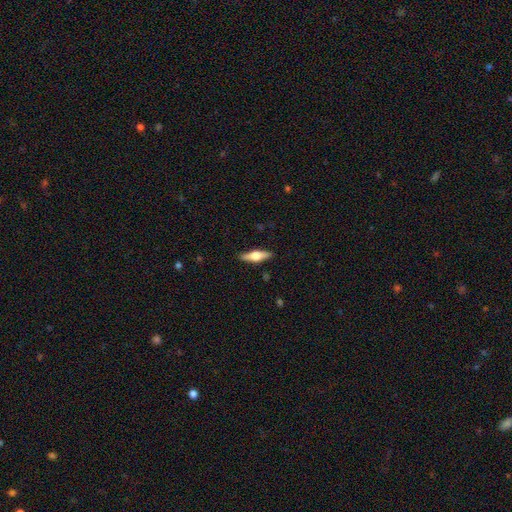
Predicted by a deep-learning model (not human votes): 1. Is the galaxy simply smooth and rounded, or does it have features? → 52% featured or disk, 42% smooth, 6% star or artifact.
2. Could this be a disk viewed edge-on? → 94% yes, 6% no.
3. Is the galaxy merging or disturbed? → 89% none, 8% minor disturbance, 2% major disturbance, 1% merger.